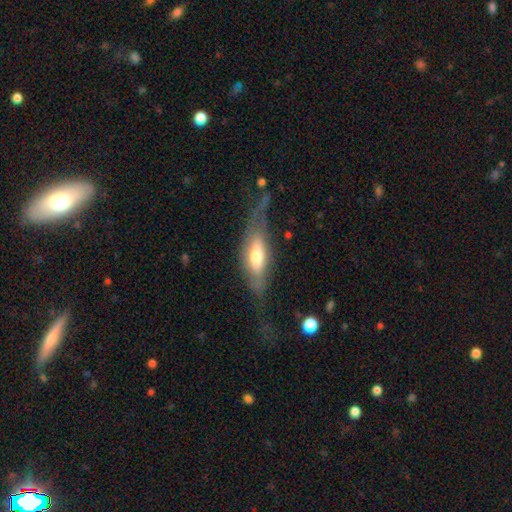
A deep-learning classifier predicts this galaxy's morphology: Smooth or featured? Predicted: smooth (p=0.47, tied with featured or disk). Merging? Predicted: none (p=0.44).